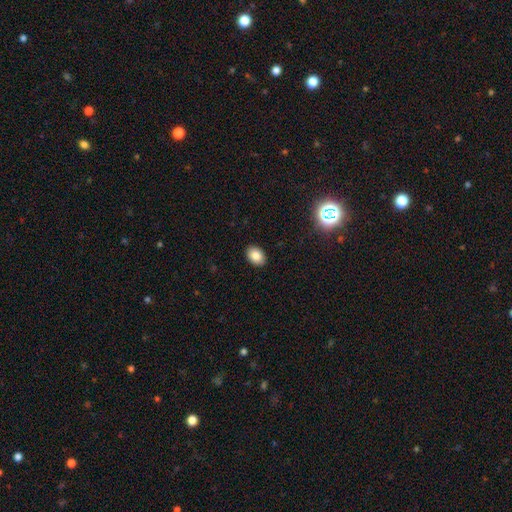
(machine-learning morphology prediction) smooth_or_featured: smooth (p=0.84) [alt: star or artifact p=0.09]
how_rounded: in between (p=0.79) [alt: round p=0.20]
merging: none (p=0.91) [alt: minor disturbance p=0.07]